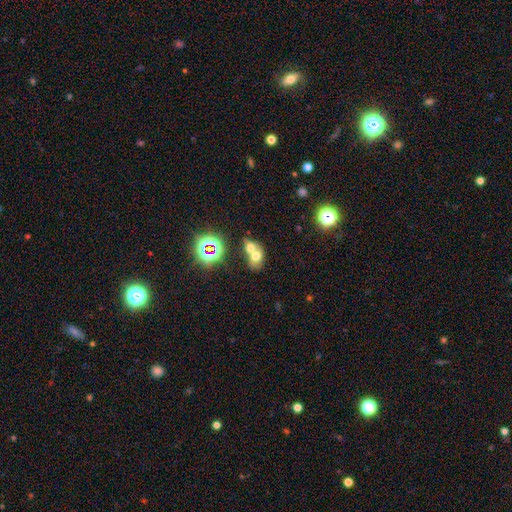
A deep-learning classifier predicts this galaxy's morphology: The model was most divided on "how rounded": in between: 57%, round: 42%, cigar-shaped: 1%. More confident: merging — merger (67%); smooth or featured — smooth (62%).